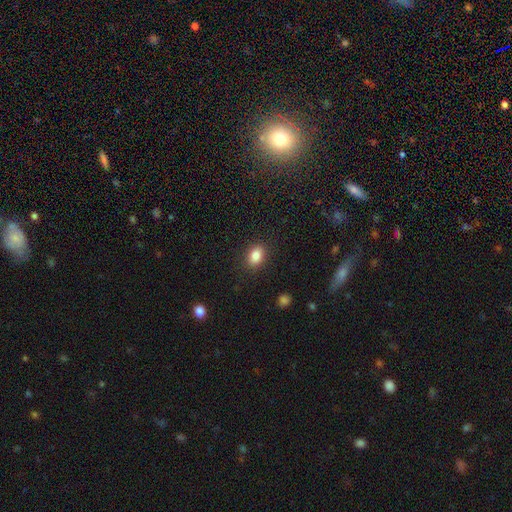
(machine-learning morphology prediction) The model was most divided on "how rounded": in between: 75%, round: 23%, cigar-shaped: 1%. More confident: merging — none (88%); smooth or featured — smooth (85%).